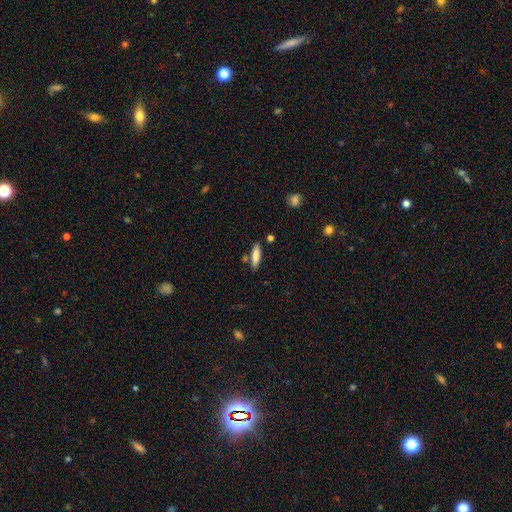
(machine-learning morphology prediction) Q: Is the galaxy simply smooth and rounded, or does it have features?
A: smooth — 79%.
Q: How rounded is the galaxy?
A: cigar-shaped — 68%.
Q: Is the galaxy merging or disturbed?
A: none — 80%.